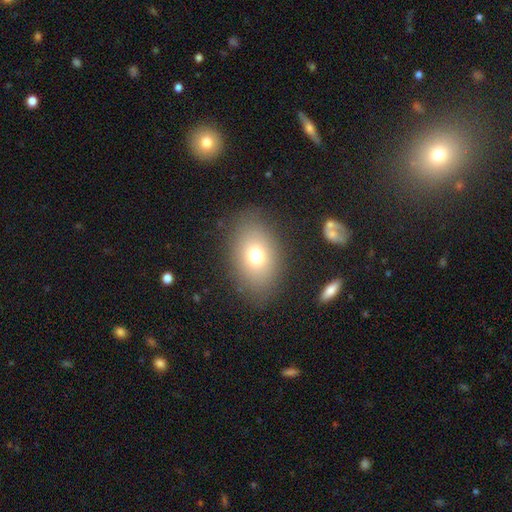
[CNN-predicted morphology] A smooth galaxy with no disk features (72%) that is in between round and cigar-shaped (75%).

Vote fractions:
- Smooth or featured? smooth: 72% / featured or disk: 15% / star or artifact: 13%
- How rounded? in between: 75% / round: 24% / cigar-shaped: 1%
- Merging? none: 83% / minor disturbance: 10% / major disturbance: 6% / merger: 2%